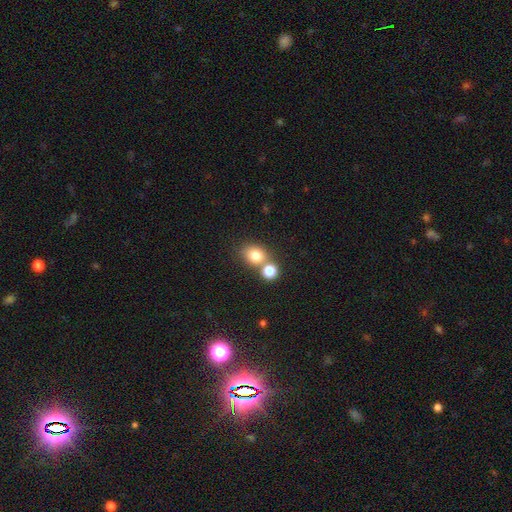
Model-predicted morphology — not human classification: type=smooth (79%); roundness=round (63%); merging=none (55%).